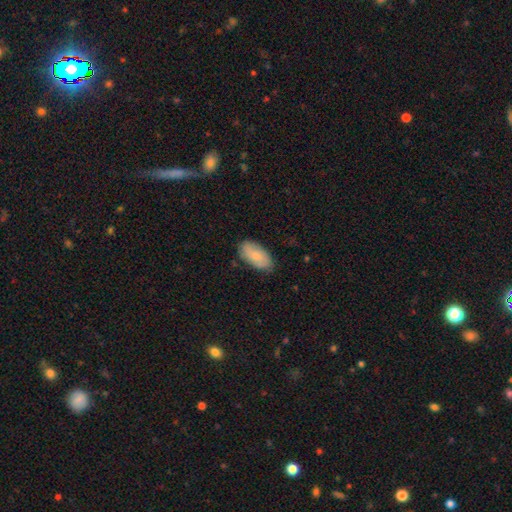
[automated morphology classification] This is likely a smooth galaxy (76%). How rounded: clearly in between (94%). Merging: likely none (80%).